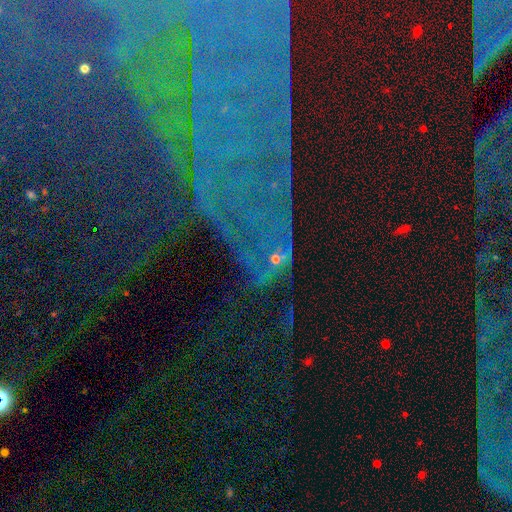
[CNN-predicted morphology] smooth_or_featured: star or artifact (p=0.74) [alt: featured or disk p=0.15]